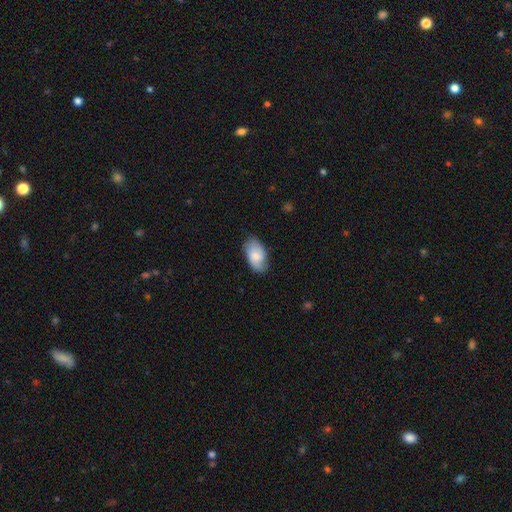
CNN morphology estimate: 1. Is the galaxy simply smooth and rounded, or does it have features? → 69% smooth, 25% featured or disk, 6% star or artifact.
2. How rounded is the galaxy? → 94% in between, 5% round, 2% cigar-shaped.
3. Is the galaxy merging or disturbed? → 76% none, 19% minor disturbance, 4% major disturbance, 1% merger.